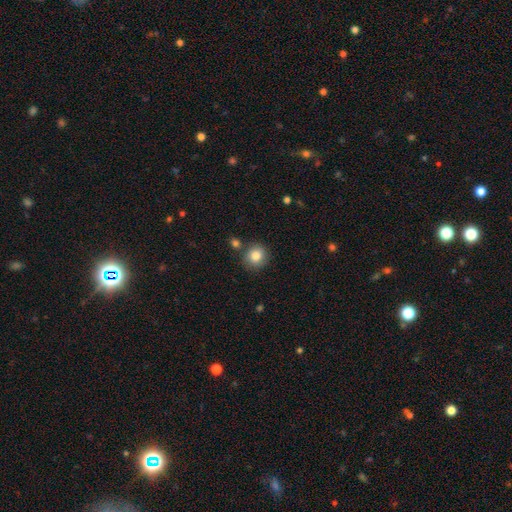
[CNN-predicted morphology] smooth 84%, star or artifact 9%, featured or disk 7%. Down the decision tree: how rounded — round (87%); merging — none (80%).